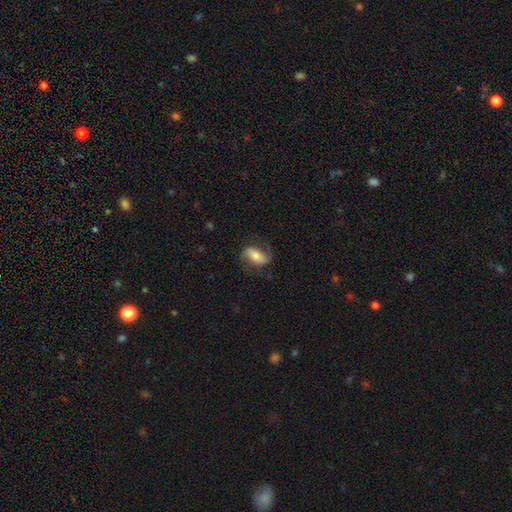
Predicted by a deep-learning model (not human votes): This is possibly a featured or disk galaxy (52%). It is clearly not viewed edge-on (92%). Merging: likely none (70%).